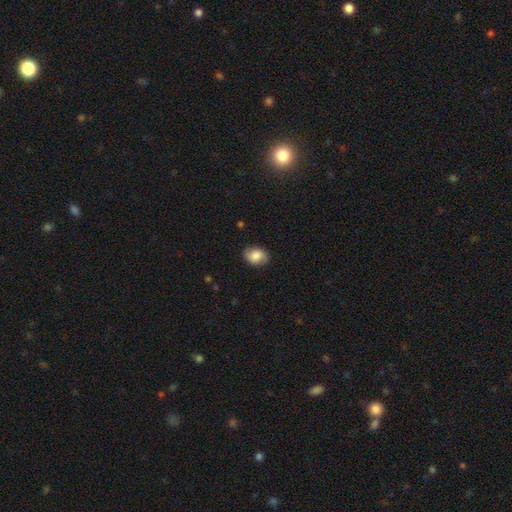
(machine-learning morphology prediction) Overall: smooth (83%). How rounded: in between (73%). Merging: none (85%).